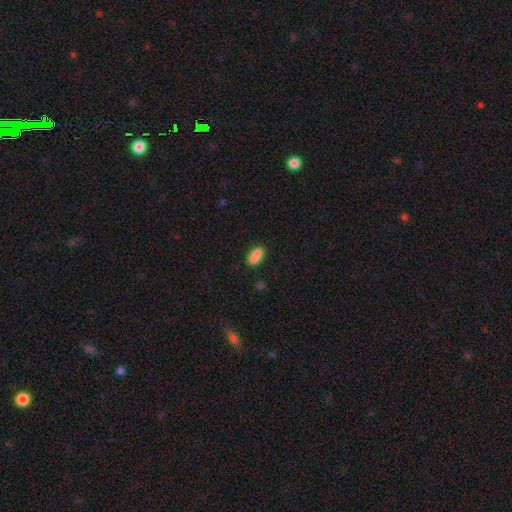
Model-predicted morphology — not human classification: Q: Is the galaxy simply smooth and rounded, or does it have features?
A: smooth — 80%.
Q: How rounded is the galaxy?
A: in between — 86%.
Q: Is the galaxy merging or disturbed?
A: none — 52%.